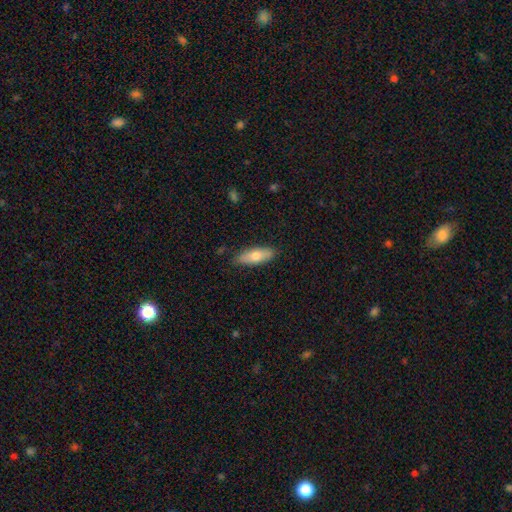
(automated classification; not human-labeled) Morphology: type=smooth (68%); roundness=in between (59%); merging=none (84%).